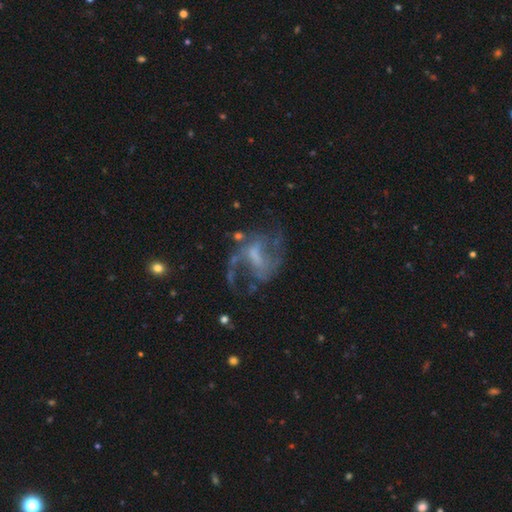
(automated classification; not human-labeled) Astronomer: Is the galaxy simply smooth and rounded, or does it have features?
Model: featured or disk — 82%.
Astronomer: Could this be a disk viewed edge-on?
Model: no — 97%.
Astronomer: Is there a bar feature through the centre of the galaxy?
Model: weak — 49% (runner-up: strong, 29%).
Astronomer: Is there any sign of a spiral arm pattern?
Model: yes — 90%.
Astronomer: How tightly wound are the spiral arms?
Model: loose — 48% (runner-up: medium, 43%).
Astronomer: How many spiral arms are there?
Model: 2 — 76%.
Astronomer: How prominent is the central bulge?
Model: none — 41% (runner-up: small, 28%).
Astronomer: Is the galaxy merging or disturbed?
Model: none — 54%.